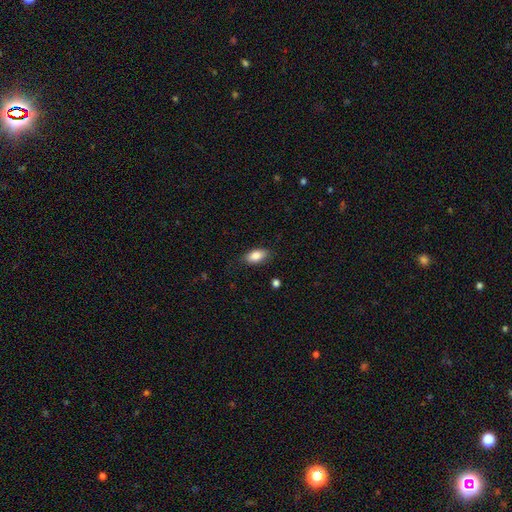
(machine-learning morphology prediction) Smooth or featured: smooth — 85% (featured or disk — 7%)
How rounded: in between — 90% (cigar-shaped — 6%)
Merging: none — 81% (minor disturbance — 14%)